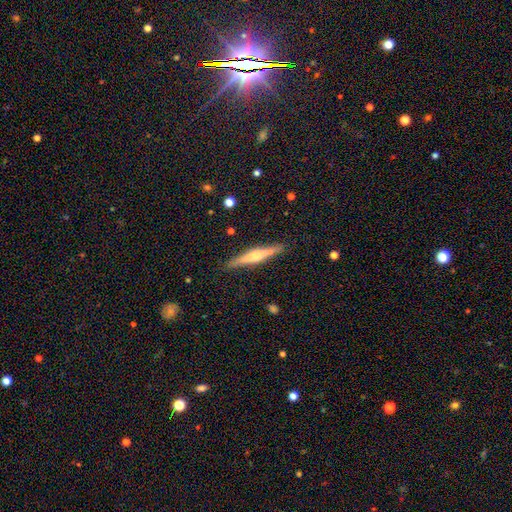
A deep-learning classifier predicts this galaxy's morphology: This appears to be a featured or disk galaxy (67%) viewed edge-on (97%) with a rounded central bulge (81%). Merging: none (90%).